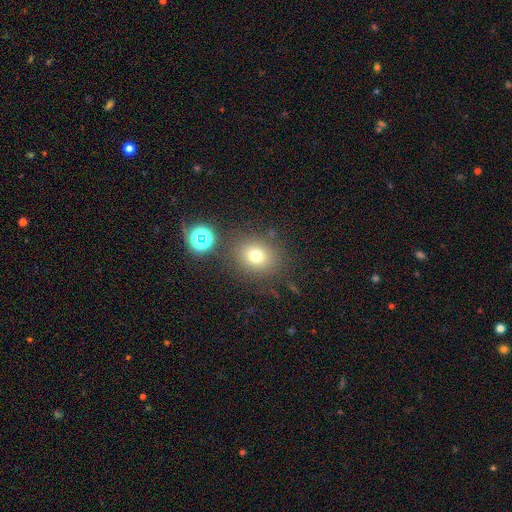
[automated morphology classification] Q: Smooth or featured?
A: smooth (73%); runner-up: star or artifact (17%)
Q: How rounded?
A: round (72%); runner-up: in between (27%)
Q: Merging?
A: none (80%); runner-up: minor disturbance (10%)